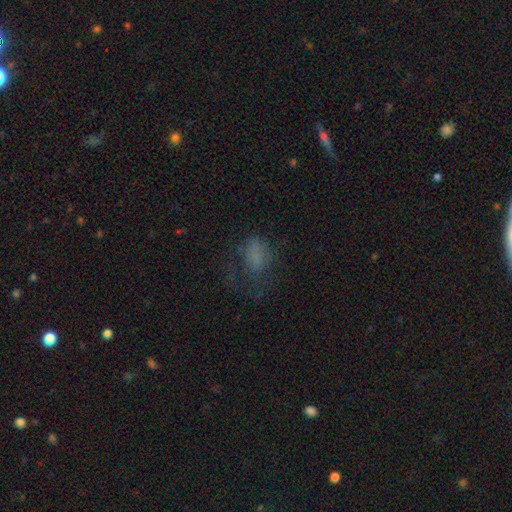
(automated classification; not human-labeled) Smooth or featured?
  - smooth: 60% *
  - star or artifact: 20%
  - featured or disk: 19%
How rounded?
  - in between: 81% *
  - round: 16%
  - cigar-shaped: 3%
Merging?
  - major disturbance: 42% *
  - none: 34%
  - minor disturbance: 21%
  - merger: 3%